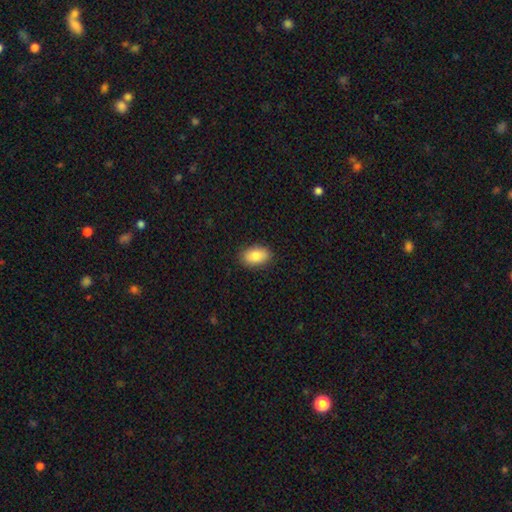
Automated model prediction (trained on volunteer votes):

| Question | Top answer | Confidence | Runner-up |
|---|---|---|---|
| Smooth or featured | smooth | 85% | featured or disk (8%) |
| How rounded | in between | 90% | round (8%) |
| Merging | none | 89% | minor disturbance (8%) |